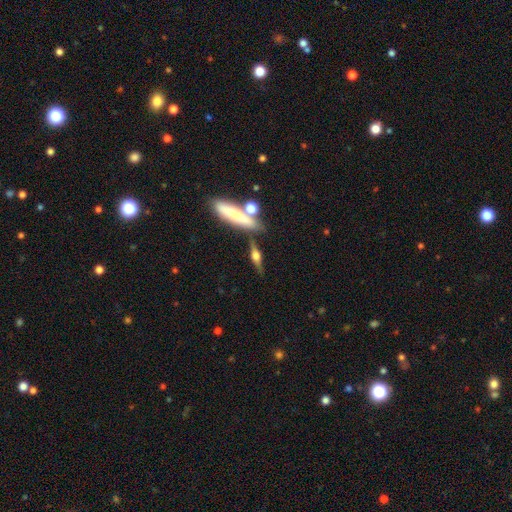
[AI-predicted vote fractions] Smooth or featured?
  - featured or disk: 62% *
  - smooth: 29%
  - star or artifact: 9%
Edge-on disk?
  - yes: 93% *
  - no: 7%
Edge-on bulge?
  - rounded: 89% *
  - boxy: 8%
  - none: 4%
Merging?
  - none: 72% *
  - minor disturbance: 12%
  - merger: 11%
  - major disturbance: 4%